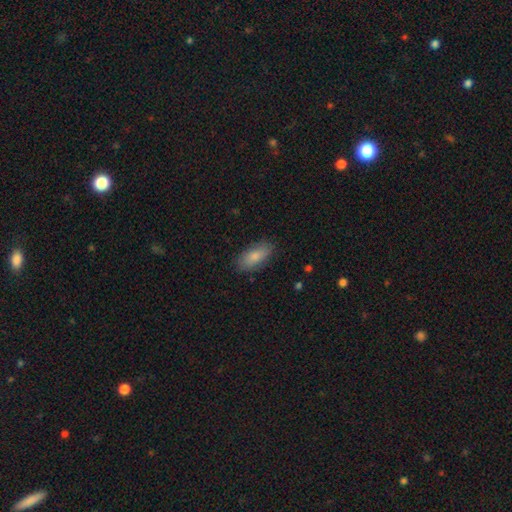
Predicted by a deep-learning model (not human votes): A smooth galaxy with no disk features (80%) that is in between round and cigar-shaped (85%). Merging: none (84%).